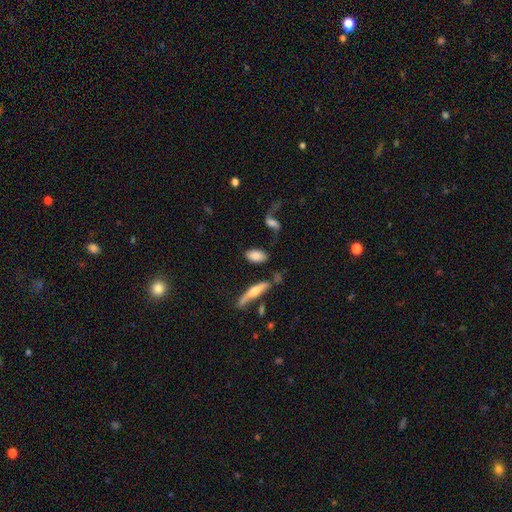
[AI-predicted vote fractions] Morphology: type=smooth (75%); roundness=in between (87%); merging=none (70%).